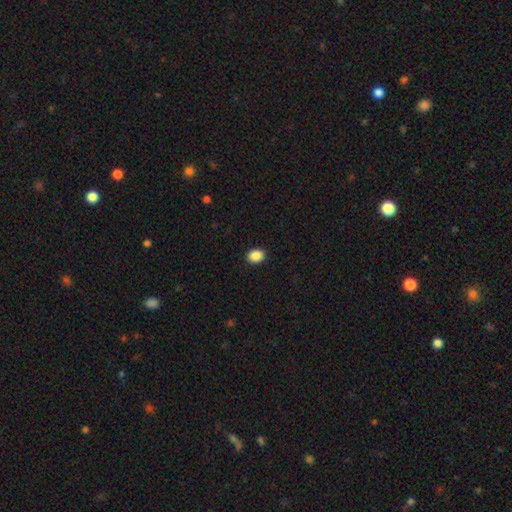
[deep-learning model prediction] Smooth or featured? Predicted: smooth (p=0.89). How rounded? Predicted: in between (p=0.58). Merging? Predicted: none (p=0.91).